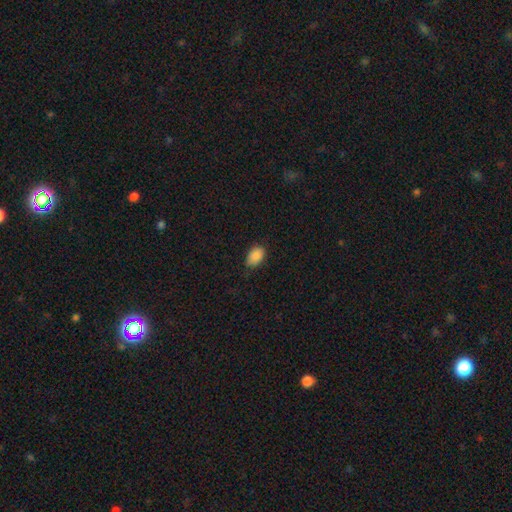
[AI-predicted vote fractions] This appears to be a smooth galaxy with no disk features (88%) that is in between round and cigar-shaped (88%). Merging: none (76%).